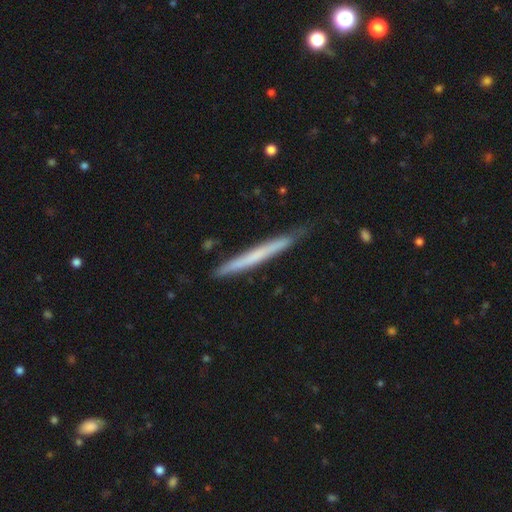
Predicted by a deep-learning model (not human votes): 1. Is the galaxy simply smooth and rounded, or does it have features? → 52% smooth, 43% featured or disk, 6% star or artifact.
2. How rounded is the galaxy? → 97% cigar-shaped, 2% in between, 1% round.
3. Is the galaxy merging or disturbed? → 80% none, 17% minor disturbance, 2% major disturbance, 1% merger.